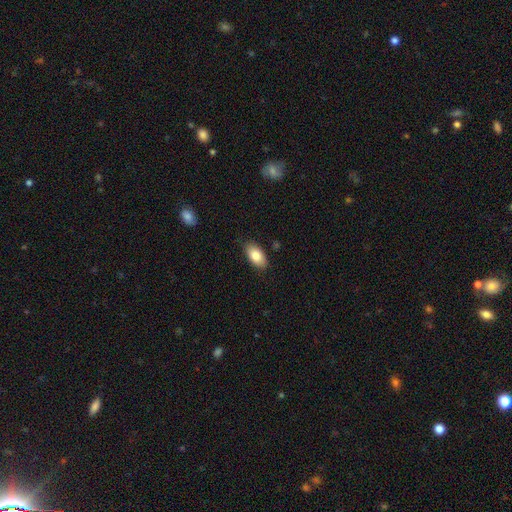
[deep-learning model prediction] This is clearly a smooth galaxy (83%). How rounded: clearly in between (94%). Merging: clearly none (85%).